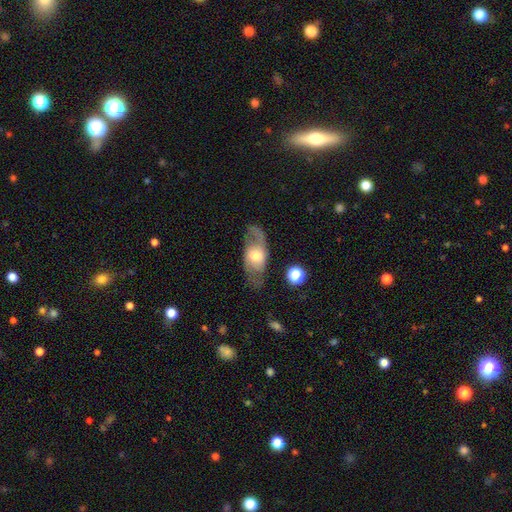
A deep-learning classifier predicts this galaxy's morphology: A featured or disk galaxy (68%) with no bar (68%), spiral arms (78%) and a moderate central bulge (64%).

Vote fractions:
- Smooth or featured? featured or disk: 68% / smooth: 26% / star or artifact: 7%
- Edge-on disk? no: 88% / yes: 12%
- Bar? no: 68% / weak: 26% / strong: 6%
- Spiral arms? yes: 78% / no: 22%
- Bulge size? moderate: 64% / small: 17% / large: 16% / dominant: 2% / none: 1%
- Merging? none: 70% / minor disturbance: 17% / major disturbance: 10% / merger: 2%